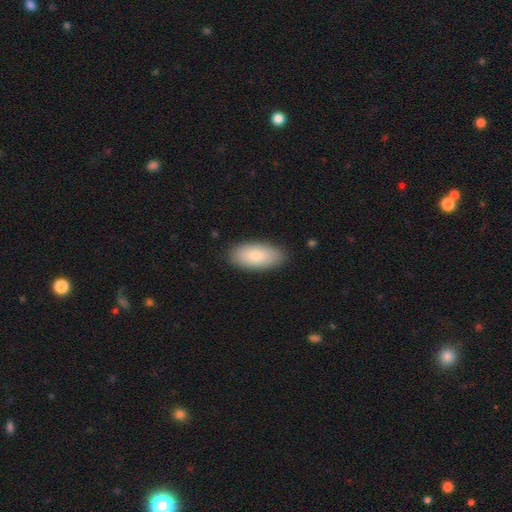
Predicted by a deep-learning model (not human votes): Q: Smooth or featured?
A: smooth (83%); runner-up: featured or disk (11%)
Q: How rounded?
A: in between (91%); runner-up: cigar-shaped (7%)
Q: Merging?
A: none (87%); runner-up: minor disturbance (10%)